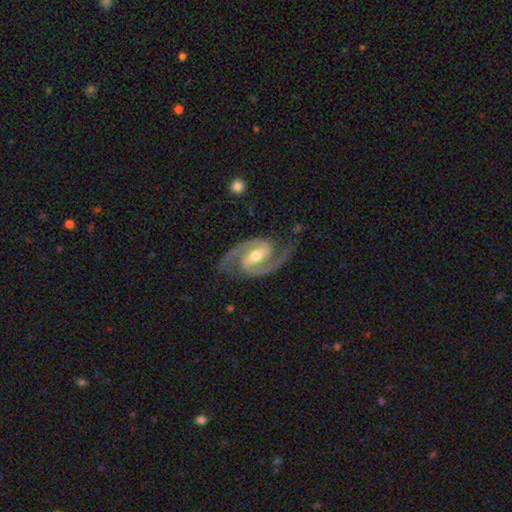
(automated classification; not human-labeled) This is clearly a featured or disk galaxy (94%). It is clearly not viewed edge-on (98%). Bar: possibly strong (49%). Spiral arm pattern: clearly yes (99%). Spiral arm count: clearly 2 (95%). Spiral winding: likely medium (62%). Central bulge: likely moderate (67%). Merging: clearly none (83%).